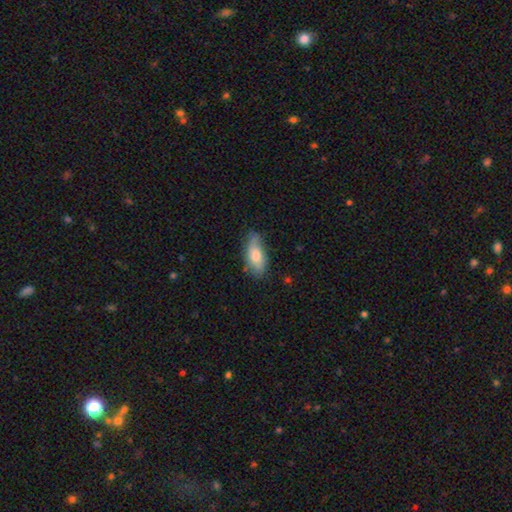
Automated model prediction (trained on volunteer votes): Smooth or featured?
  - smooth: 71% *
  - featured or disk: 23%
  - star or artifact: 6%
How rounded?
  - in between: 83% *
  - cigar-shaped: 14%
  - round: 3%
Merging?
  - none: 64% *
  - minor disturbance: 28%
  - major disturbance: 5%
  - merger: 2%